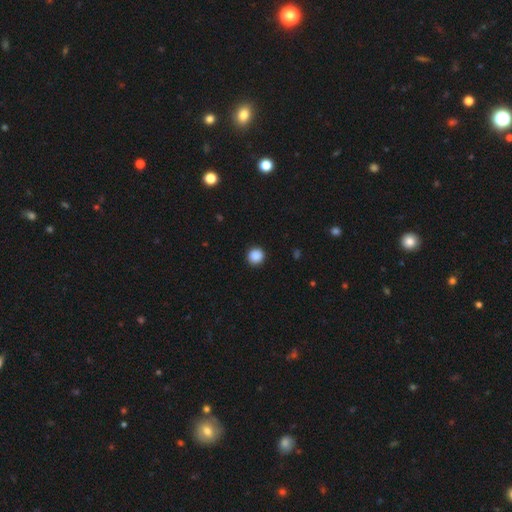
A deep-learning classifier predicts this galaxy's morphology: Smooth or featured? smooth (88%)
How rounded? round (94%)
Merging? none (93%)